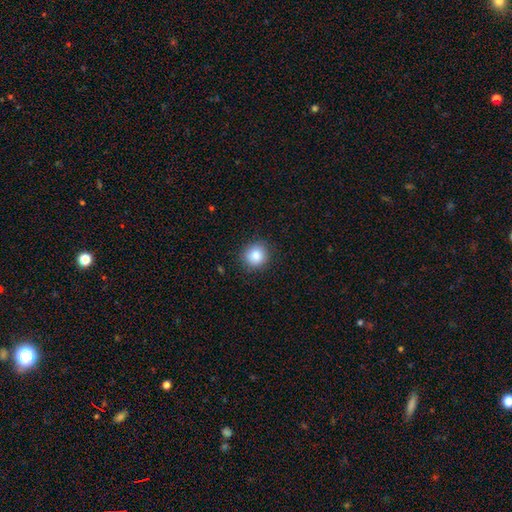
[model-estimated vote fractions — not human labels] The model was most divided on "smooth or featured": smooth: 86%, star or artifact: 9%, featured or disk: 5%. More confident: how rounded — round (89%); merging — none (87%).